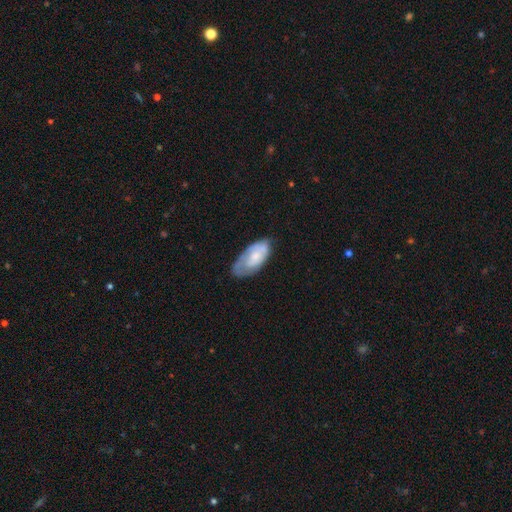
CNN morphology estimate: This is possibly a smooth galaxy (50%). Merging: possibly none (54%).